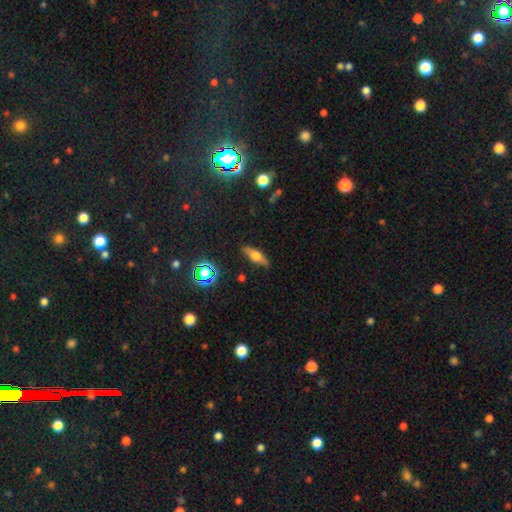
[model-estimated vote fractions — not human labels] This is possibly a smooth galaxy (50%). How rounded: possibly in between (51%). Merging: clearly none (86%).